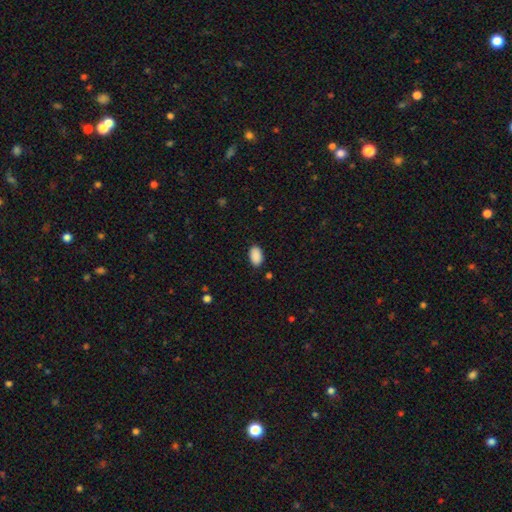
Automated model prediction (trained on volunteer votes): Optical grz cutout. It shows a smooth galaxy with no disk features (90%) that is in between round and cigar-shaped (93%). Merging: none (87%).